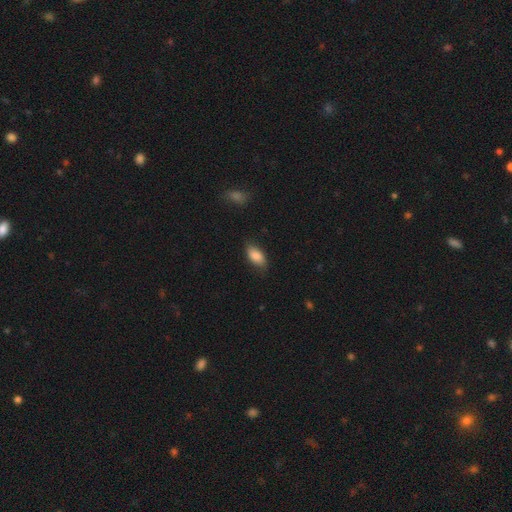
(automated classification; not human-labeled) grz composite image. It shows a smooth galaxy with no disk features (85%) that is in between round and cigar-shaped (92%). Merging: none (77%).